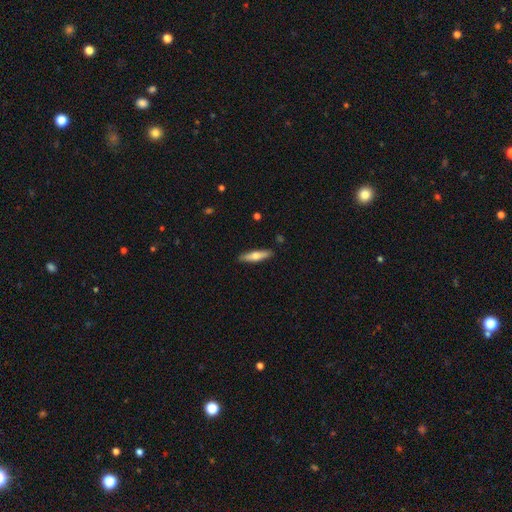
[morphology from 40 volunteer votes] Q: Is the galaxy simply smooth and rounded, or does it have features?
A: smooth — 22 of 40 (55%).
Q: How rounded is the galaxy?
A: cigar-shaped — 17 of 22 (77%).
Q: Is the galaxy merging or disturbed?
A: none — 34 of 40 (85%).